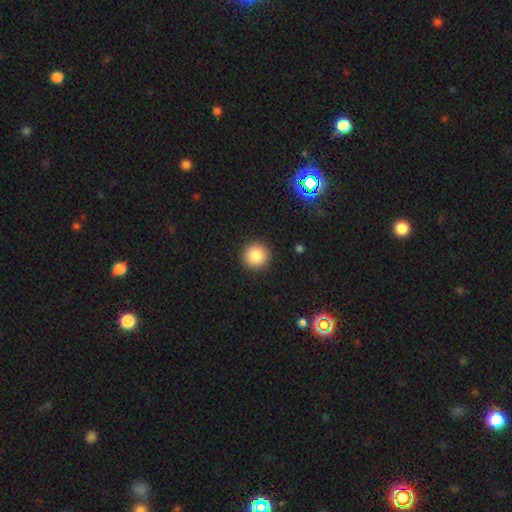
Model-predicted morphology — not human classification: The model was most divided on "smooth or featured": smooth: 84%, star or artifact: 10%, featured or disk: 5%. More confident: how rounded — round (96%); merging — none (92%).